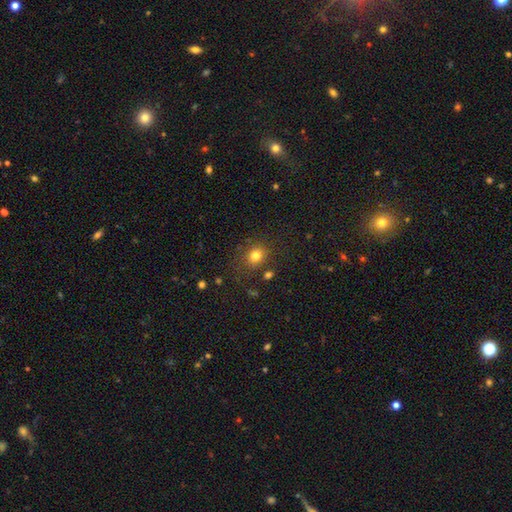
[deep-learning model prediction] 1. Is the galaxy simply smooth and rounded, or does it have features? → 78% smooth, 15% star or artifact, 7% featured or disk.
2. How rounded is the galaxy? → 76% round, 23% in between, 1% cigar-shaped.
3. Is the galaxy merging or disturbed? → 81% none, 11% minor disturbance, 4% major disturbance, 4% merger.